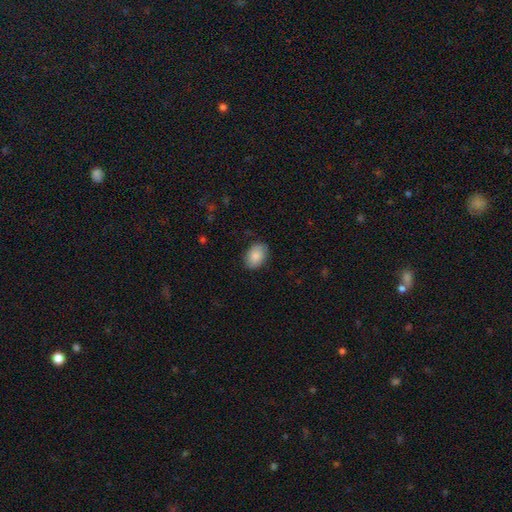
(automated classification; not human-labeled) Smooth or featured: smooth — 86% (featured or disk — 8%)
How rounded: in between — 85% (round — 14%)
Merging: none — 85% (minor disturbance — 11%)